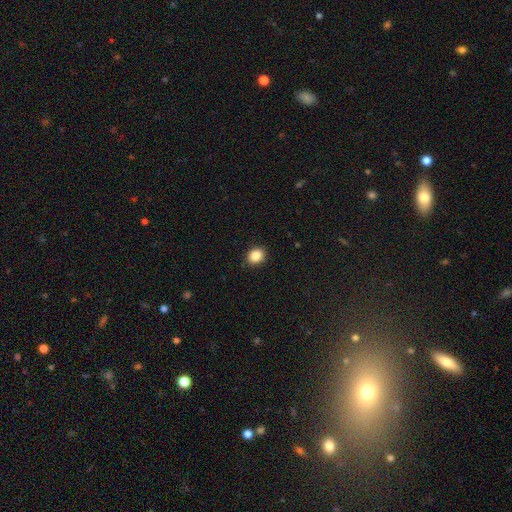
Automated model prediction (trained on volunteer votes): Overall: smooth (87%). How rounded: round (64%; in between 35%). Merging: none (90%).